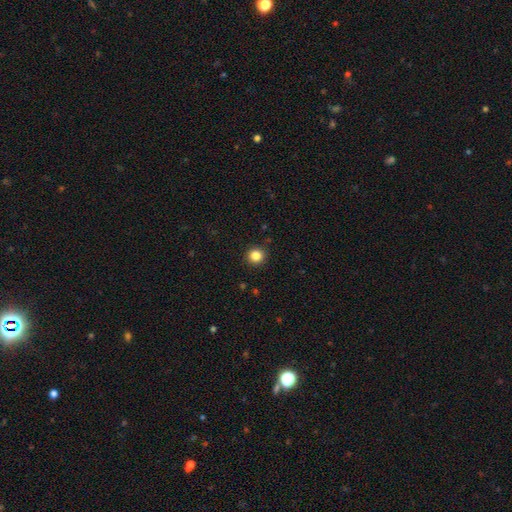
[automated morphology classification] This is clearly a smooth galaxy (85%). How rounded: clearly round (94%). Merging: clearly none (92%).